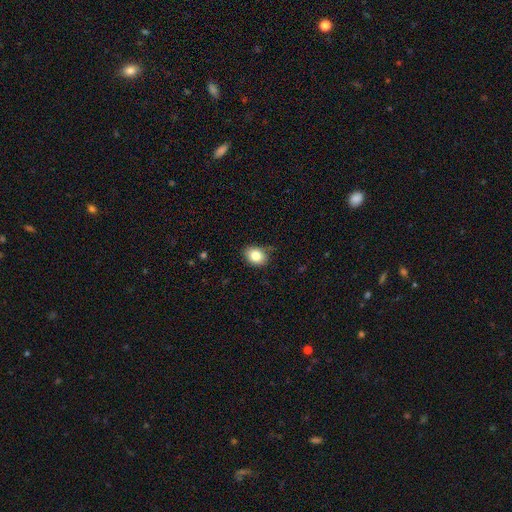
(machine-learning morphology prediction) smooth_or_featured: smooth (p=0.84) [alt: star or artifact p=0.09]
how_rounded: in between (p=0.56) [alt: round p=0.43]
merging: none (p=0.77) [alt: minor disturbance p=0.18]